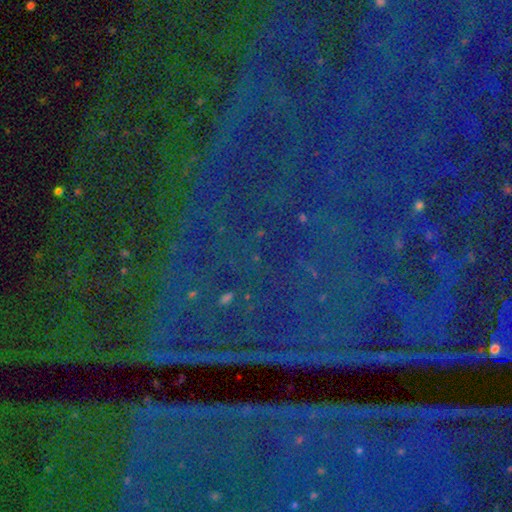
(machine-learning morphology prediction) Overall: star or artifact (86%).